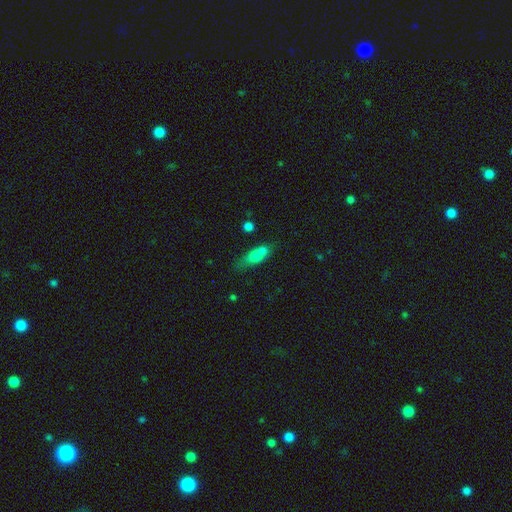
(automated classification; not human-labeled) smooth-or-featured: smooth: 71% | featured or disk: 19% | star or artifact: 10%
  how-rounded: in between: 63% | cigar-shaped: 30% | round: 6%
  merging: none: 42% | merger: 26% | minor disturbance: 22% | major disturbance: 9%